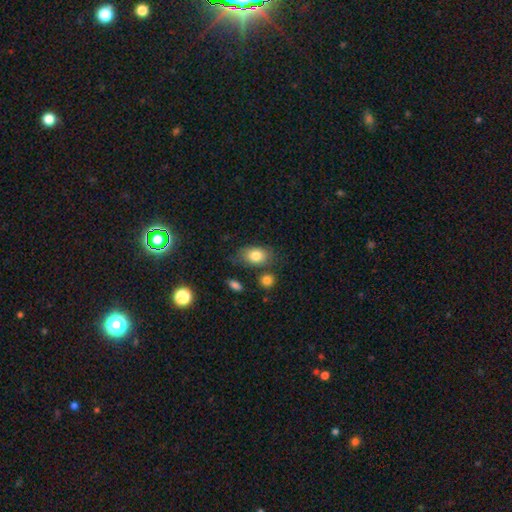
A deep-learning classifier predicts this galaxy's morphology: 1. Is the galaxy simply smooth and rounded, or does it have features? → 81% smooth, 11% featured or disk, 8% star or artifact.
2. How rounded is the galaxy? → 82% in between, 16% round, 2% cigar-shaped.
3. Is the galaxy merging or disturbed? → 69% none, 18% minor disturbance, 7% merger, 6% major disturbance.